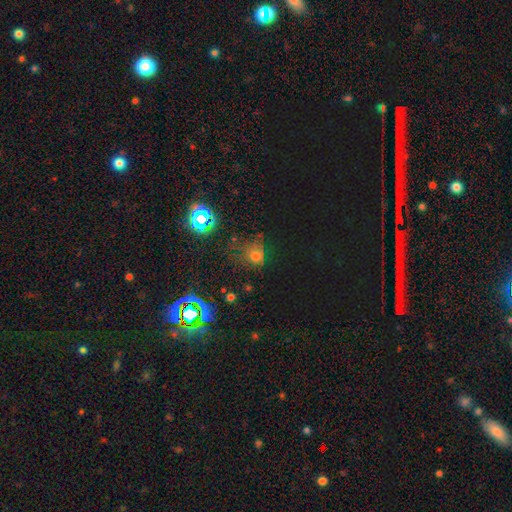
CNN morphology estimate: This appears to be a star or artifact, not a galaxy (45%).